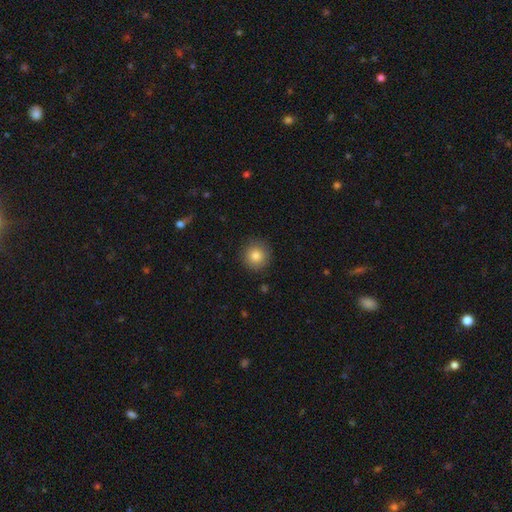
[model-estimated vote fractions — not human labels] This is clearly a smooth galaxy (83%). How rounded: clearly round (95%). Merging: clearly none (89%).